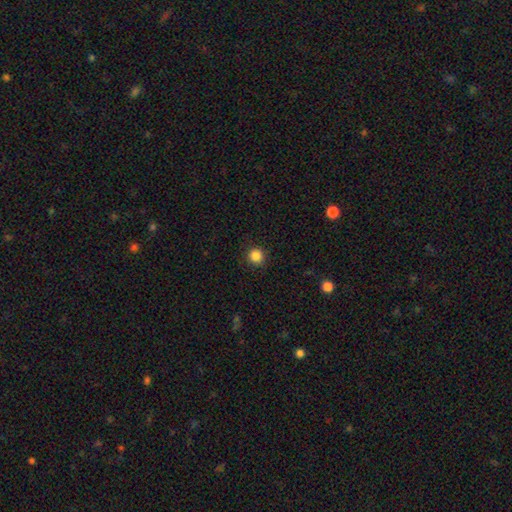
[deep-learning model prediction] Smooth or featured: smooth — 86% (star or artifact — 11%)
How rounded: round — 94% (in between — 5%)
Merging: none — 91% (minor disturbance — 6%)